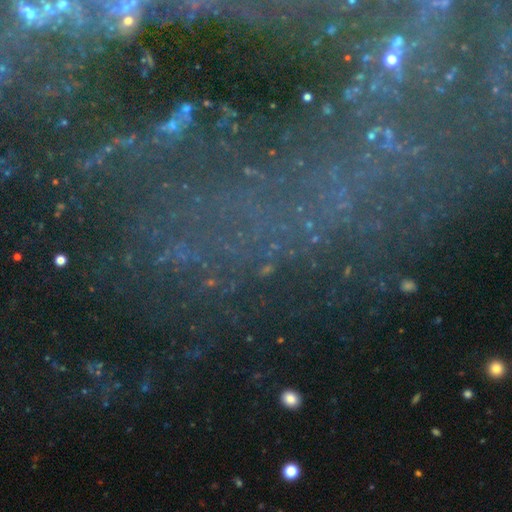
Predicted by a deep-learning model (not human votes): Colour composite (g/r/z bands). It shows a star or artifact, not a galaxy (60%).